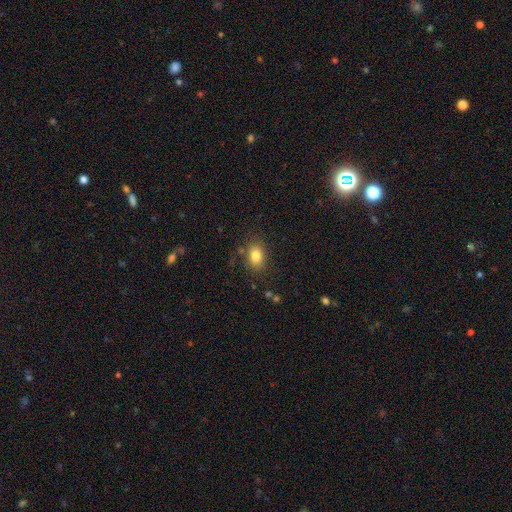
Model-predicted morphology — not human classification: smooth-or-featured: smooth: 82% | star or artifact: 10% | featured or disk: 8%
  how-rounded: in between: 72% | round: 27% | cigar-shaped: 1%
  merging: none: 80% | minor disturbance: 13% | major disturbance: 4% | merger: 3%